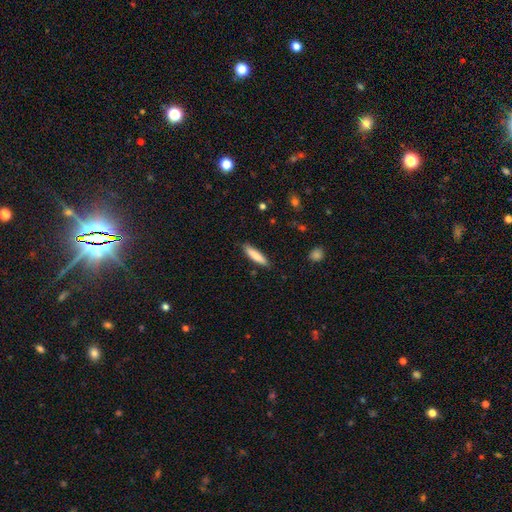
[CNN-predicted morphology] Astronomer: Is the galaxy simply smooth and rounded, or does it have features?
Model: smooth — 82%.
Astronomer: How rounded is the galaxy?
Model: cigar-shaped — 81%.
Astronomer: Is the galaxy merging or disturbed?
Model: none — 87%.